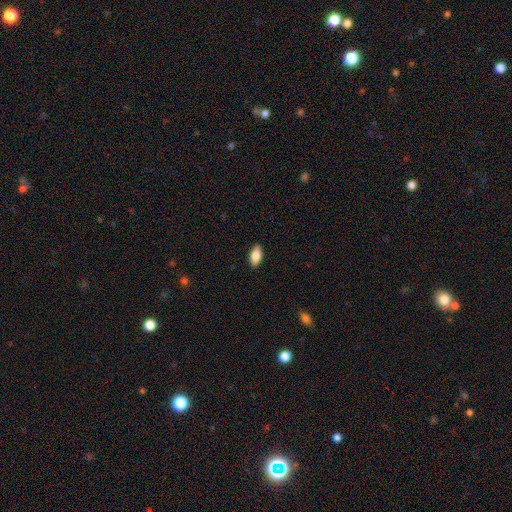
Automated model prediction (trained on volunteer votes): smooth_or_featured: smooth (p=0.83) [alt: featured or disk p=0.10]
how_rounded: in between (p=0.88) [alt: cigar-shaped p=0.09]
merging: none (p=0.89) [alt: minor disturbance p=0.08]